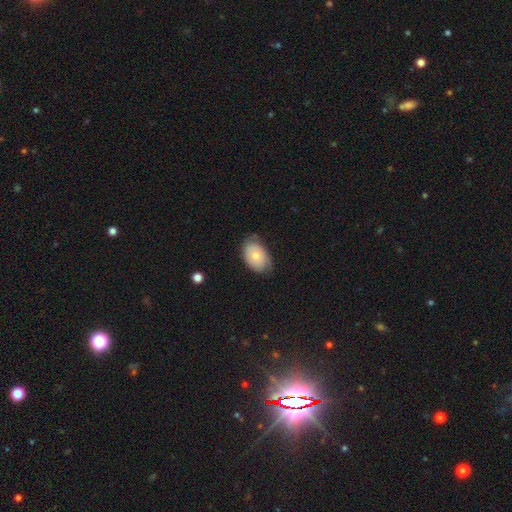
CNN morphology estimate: This appears to be a smooth galaxy with no disk features (68%) that is in between round and cigar-shaped (88%). Merging: none (65%).